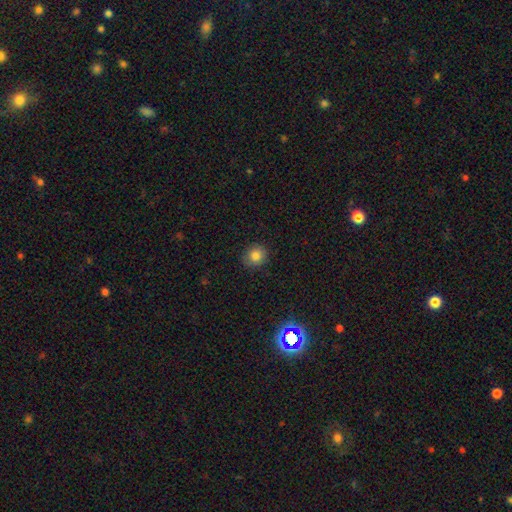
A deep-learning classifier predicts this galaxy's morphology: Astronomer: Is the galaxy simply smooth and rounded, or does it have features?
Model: smooth — 81%.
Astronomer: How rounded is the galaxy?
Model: round — 81%.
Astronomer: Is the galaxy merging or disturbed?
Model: none — 87%.